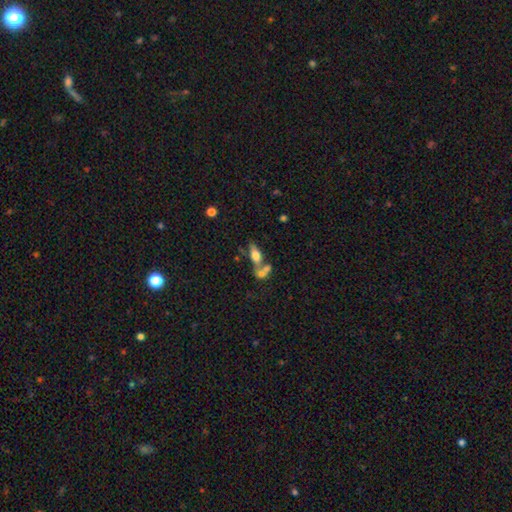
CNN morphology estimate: Q: Smooth or featured?
A: smooth (55%); runner-up: featured or disk (35%)
Q: How rounded?
A: in between (70%); runner-up: cigar-shaped (24%)
Q: Merging?
A: merger (47%); runner-up: none (37%)